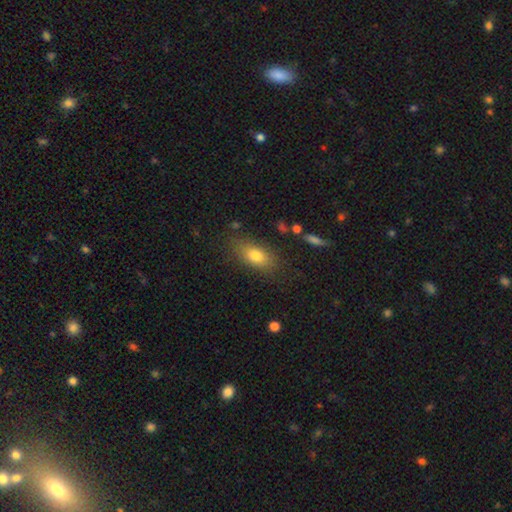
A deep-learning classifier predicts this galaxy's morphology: The model was most divided on "merging": none: 77%, minor disturbance: 15%, major disturbance: 5%, merger: 2%. More confident: how rounded — in between (82%); smooth or featured — smooth (78%).